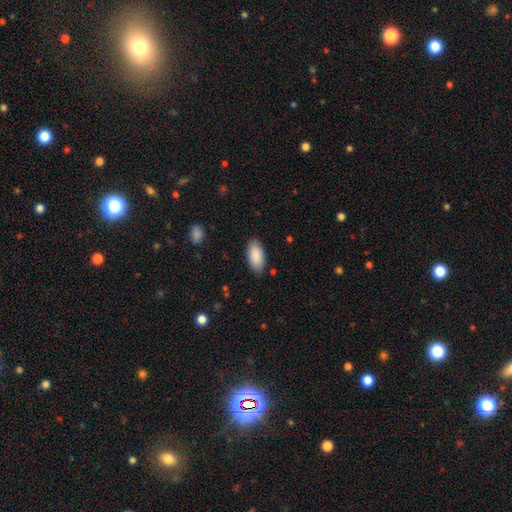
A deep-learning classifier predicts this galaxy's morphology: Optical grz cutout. It shows a smooth galaxy with no disk features (89%) that is in between round and cigar-shaped (93%). Merging: none (86%).